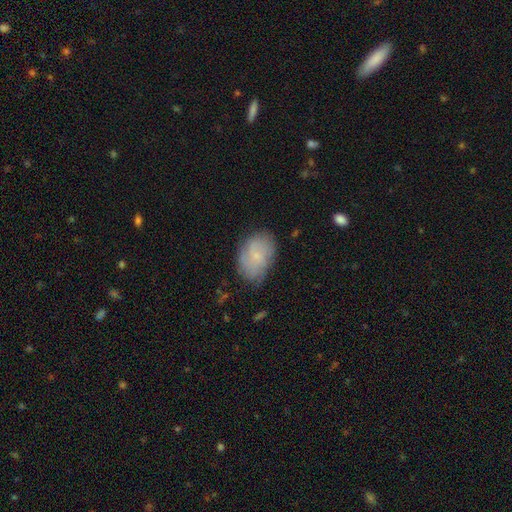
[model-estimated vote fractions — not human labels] Smooth or featured? smooth (51%)
How rounded? in between (83%)
Merging? none (70%)